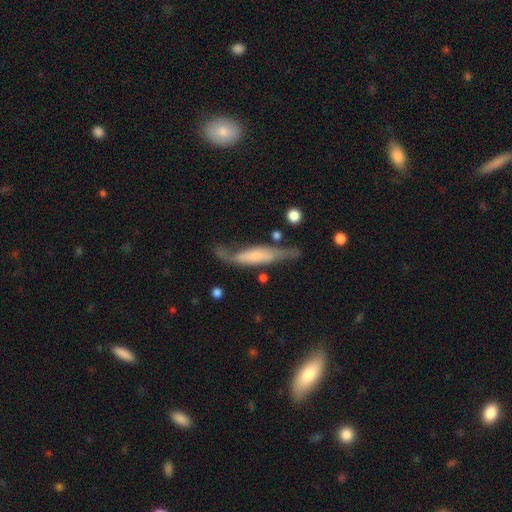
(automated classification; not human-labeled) The model was most divided on "edge-on disk": yes: 54%, no: 46%. Remaining: smooth or featured — featured or disk (62%); merging — none (50%).